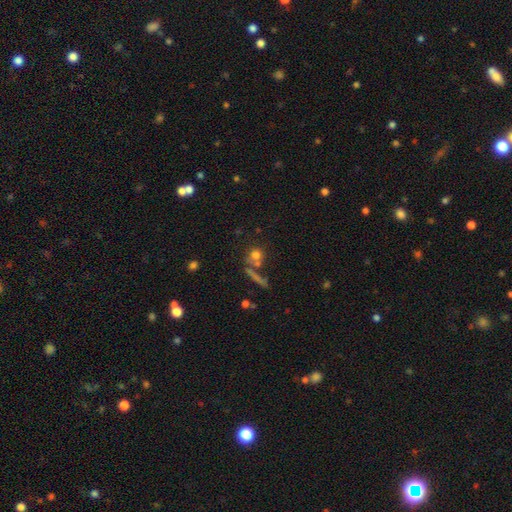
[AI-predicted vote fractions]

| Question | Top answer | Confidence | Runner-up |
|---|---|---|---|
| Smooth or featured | smooth | 72% | featured or disk (14%) |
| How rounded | round | 80% | in between (13%) |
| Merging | none | 56% | merger (26%) |